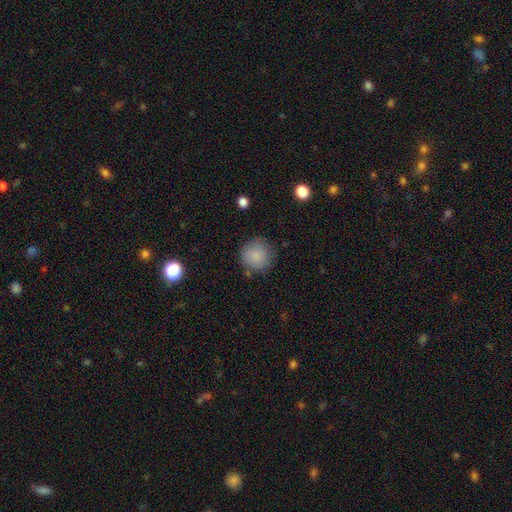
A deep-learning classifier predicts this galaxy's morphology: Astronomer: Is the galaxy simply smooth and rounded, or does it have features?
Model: smooth — 86%.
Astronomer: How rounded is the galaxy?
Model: round — 94%.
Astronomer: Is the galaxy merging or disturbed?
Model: none — 81%.